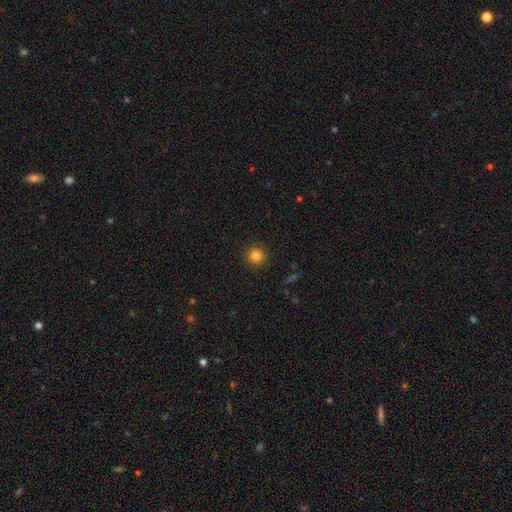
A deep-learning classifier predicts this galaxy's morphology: Overall: smooth (83%). How rounded: round (95%). Merging: none (91%).